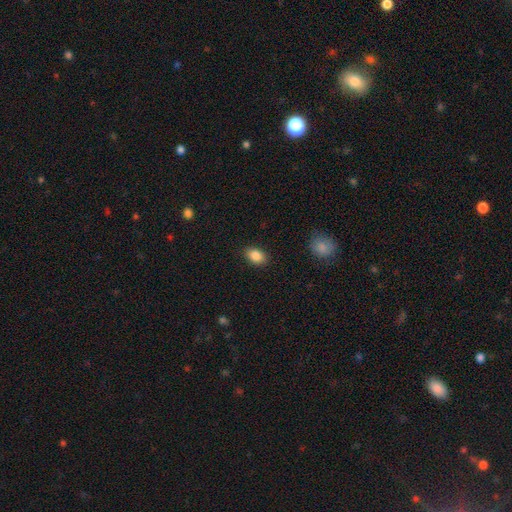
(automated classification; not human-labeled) Smooth or featured? smooth (87%)
How rounded? in between (85%)
Merging? none (88%)